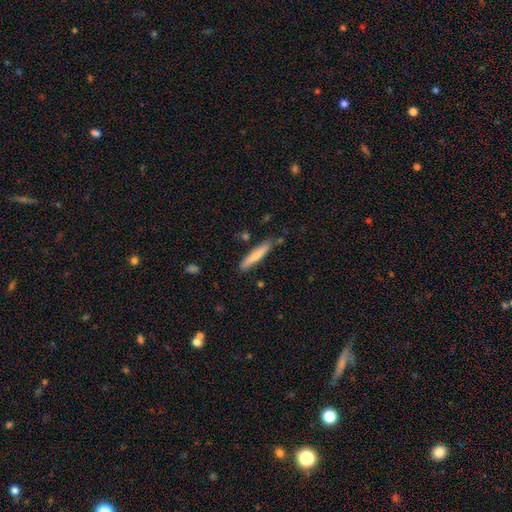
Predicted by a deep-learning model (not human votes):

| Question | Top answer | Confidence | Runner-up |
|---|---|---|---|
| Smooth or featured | smooth | 69% | featured or disk (25%) |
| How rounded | cigar-shaped | 90% | in between (9%) |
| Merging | none | 81% | minor disturbance (13%) |